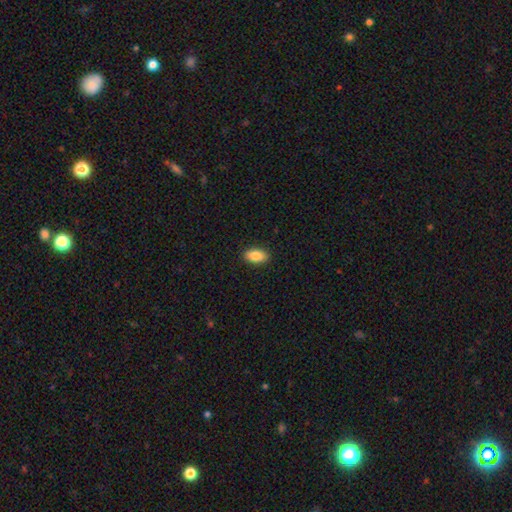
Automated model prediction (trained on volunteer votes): This appears to be a smooth galaxy with no disk features (87%) that is in between round and cigar-shaped (92%). Merging: none (90%).